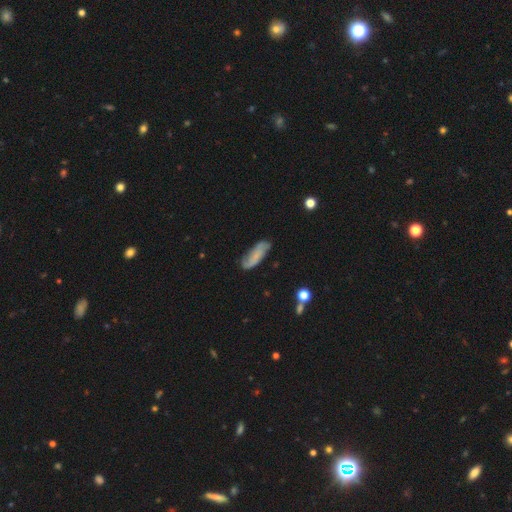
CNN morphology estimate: smooth-or-featured: featured or disk: 48% | smooth: 44% | star or artifact: 8%
  merging: none: 68% | minor disturbance: 22% | major disturbance: 7% | merger: 2%